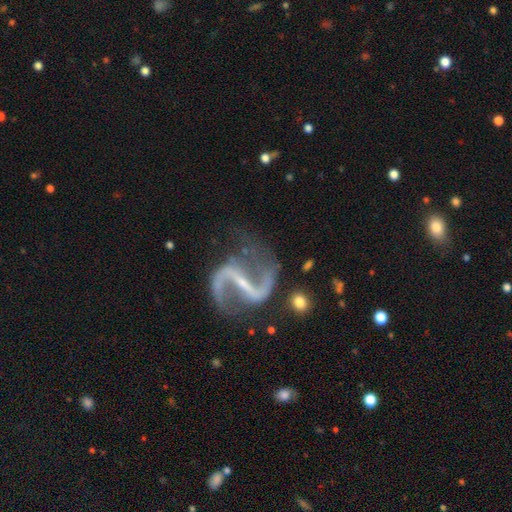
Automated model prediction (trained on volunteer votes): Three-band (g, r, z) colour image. It shows a featured or disk galaxy (91%) with a strong bar (54%), 2 (93%) loose (58%) spiral arms (97%) and a small central bulge (56%). Merging: none (67%).